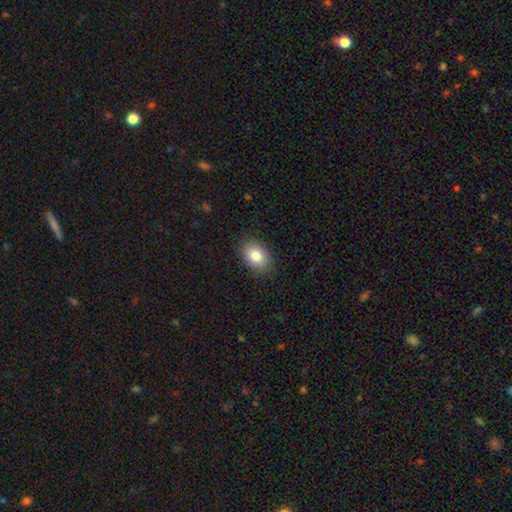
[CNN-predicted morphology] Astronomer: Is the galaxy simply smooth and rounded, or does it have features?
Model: smooth — 83%.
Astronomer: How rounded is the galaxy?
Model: in between — 80%.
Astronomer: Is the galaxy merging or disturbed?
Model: none — 87%.